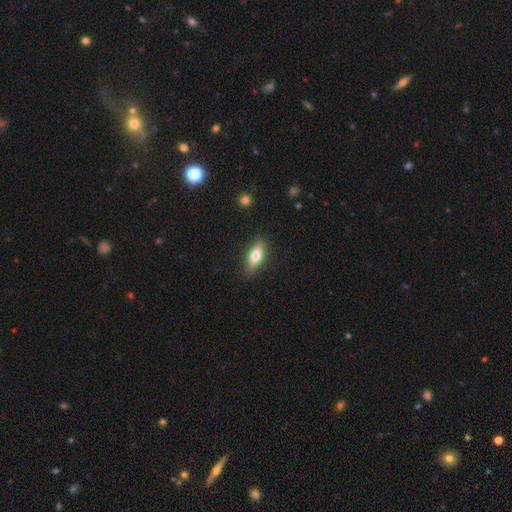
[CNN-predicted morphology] This is likely a smooth galaxy (61%). How rounded: likely in between (64%). Merging: clearly none (86%).